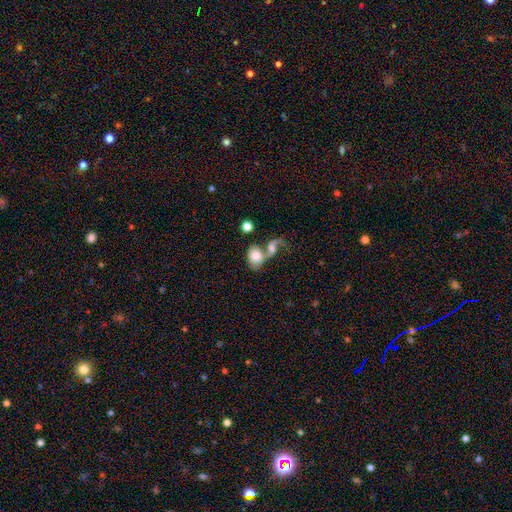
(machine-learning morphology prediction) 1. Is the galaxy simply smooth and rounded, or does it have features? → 66% smooth, 26% featured or disk, 8% star or artifact.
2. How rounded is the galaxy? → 65% in between, 33% round, 2% cigar-shaped.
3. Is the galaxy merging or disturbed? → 61% merger, 20% none, 11% major disturbance, 8% minor disturbance.